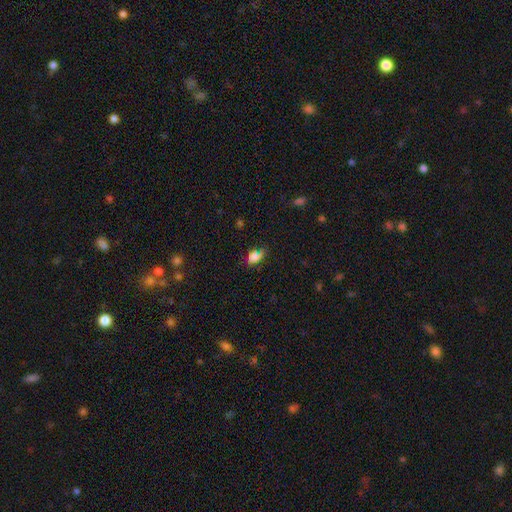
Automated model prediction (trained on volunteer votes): Q: Smooth or featured?
A: smooth (71%); runner-up: star or artifact (20%)
Q: How rounded?
A: in between (81%); runner-up: round (15%)
Q: Merging?
A: none (65%); runner-up: minor disturbance (23%)